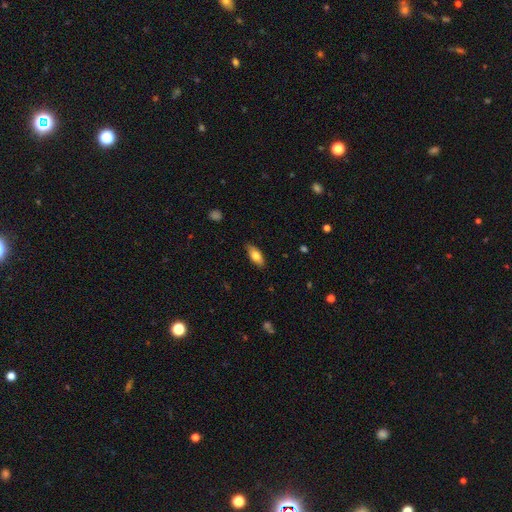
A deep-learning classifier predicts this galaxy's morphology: Smooth or featured? smooth (76%)
How rounded? in between (84%)
Merging? none (84%)